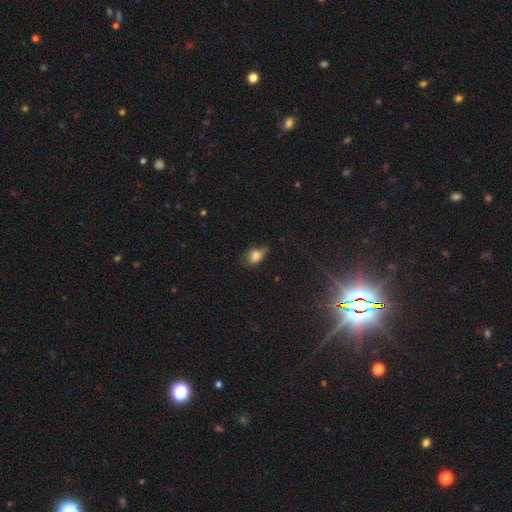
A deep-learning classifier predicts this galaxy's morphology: Smooth or featured? smooth (77%)
How rounded? in between (76%)
Merging? none (42%)